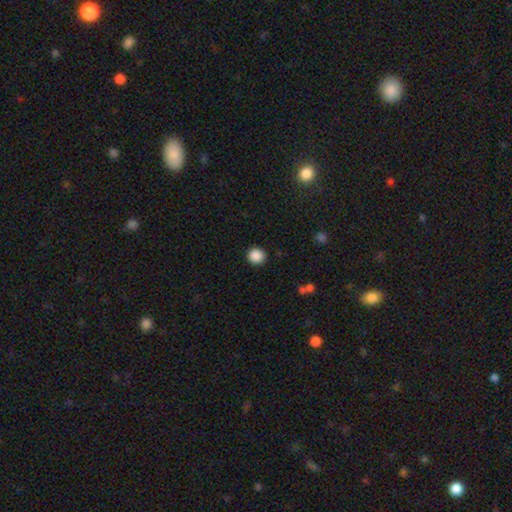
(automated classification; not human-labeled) smooth-or-featured: smooth: 88% | star or artifact: 9% | featured or disk: 3%
  how-rounded: round: 92% | in between: 7% | cigar-shaped: 1%
  merging: none: 91% | minor disturbance: 6% | major disturbance: 2% | merger: 1%